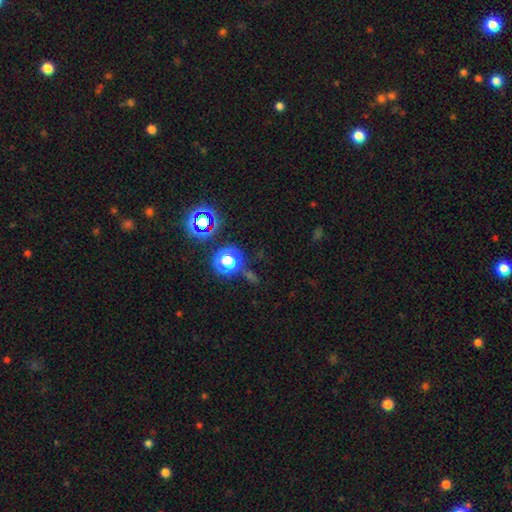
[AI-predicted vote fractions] Smooth or featured? star or artifact (69%)